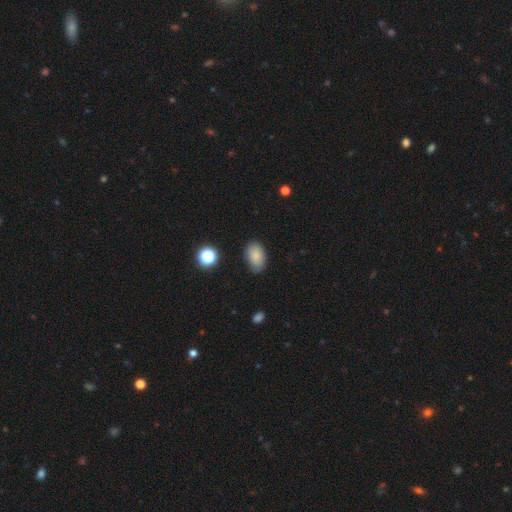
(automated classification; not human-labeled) A smooth galaxy with no disk features (82%) that is in between round and cigar-shaped (89%).

Vote fractions:
- Smooth or featured? smooth: 82% / star or artifact: 10% / featured or disk: 8%
- How rounded? in between: 89% / round: 10% / cigar-shaped: 1%
- Merging? none: 73% / minor disturbance: 21% / major disturbance: 4% / merger: 2%